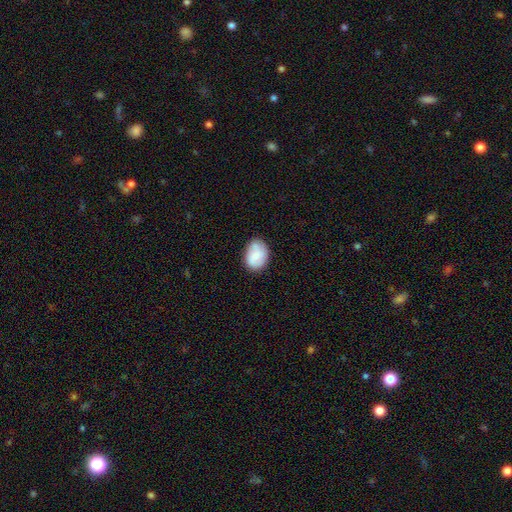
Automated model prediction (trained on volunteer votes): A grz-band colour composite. It shows a smooth galaxy with no disk features (70%) that is in between round and cigar-shaped (69%). Merging: none (74%).